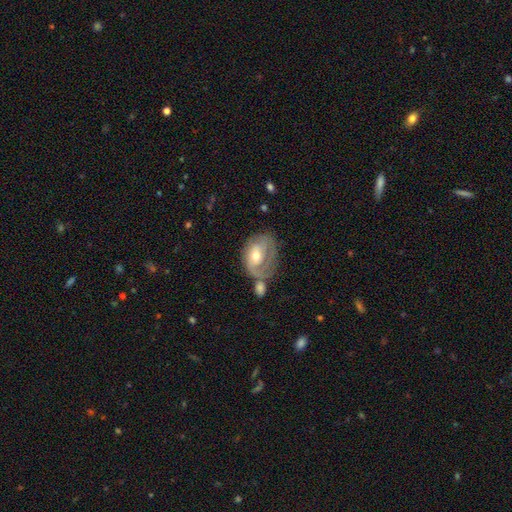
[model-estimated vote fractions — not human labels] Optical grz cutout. It shows a featured or disk galaxy (70%) with no bar (61%), 2 (33%) tight (56%) spiral arms (79%) and a moderate central bulge (66%). Merging: none (34%).